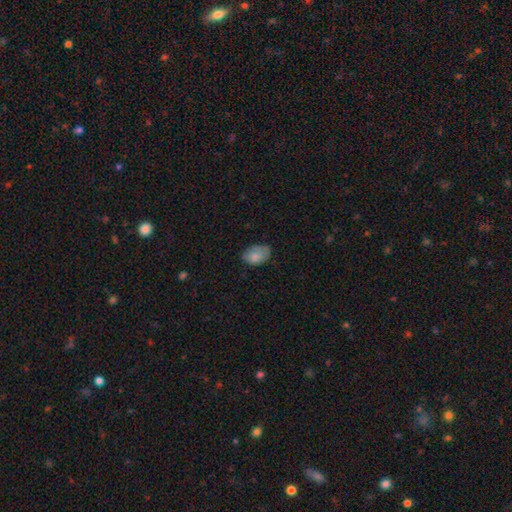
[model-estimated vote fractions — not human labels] Smooth or featured? Predicted: smooth (p=0.80). How rounded? Predicted: in between (p=0.86). Merging? Predicted: none (p=0.64).